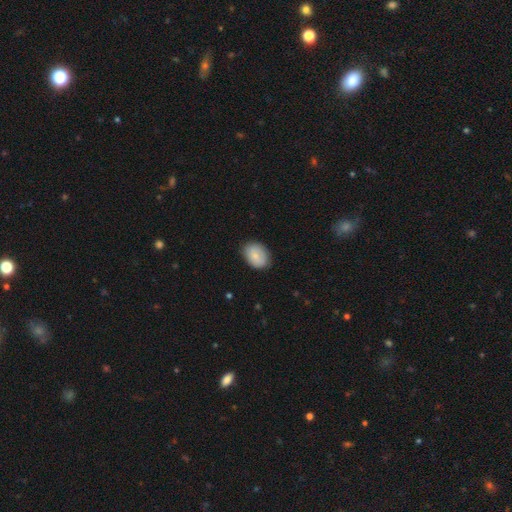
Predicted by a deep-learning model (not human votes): smooth-or-featured: smooth: 80% | featured or disk: 13% | star or artifact: 7%
  how-rounded: in between: 74% | round: 25% | cigar-shaped: 1%
  merging: none: 83% | minor disturbance: 13% | major disturbance: 3% | merger: 1%